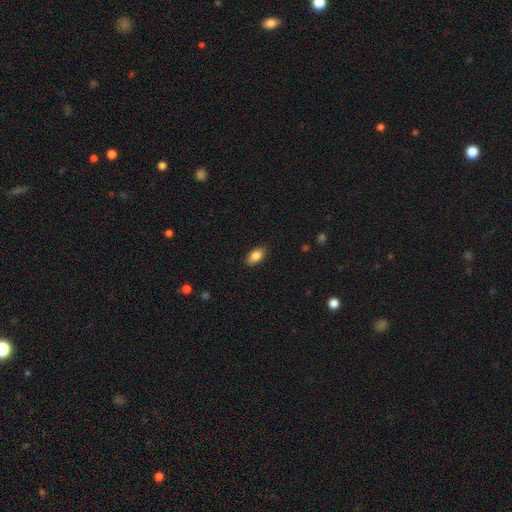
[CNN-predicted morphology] Smooth or featured? smooth (86%)
How rounded? in between (92%)
Merging? none (86%)